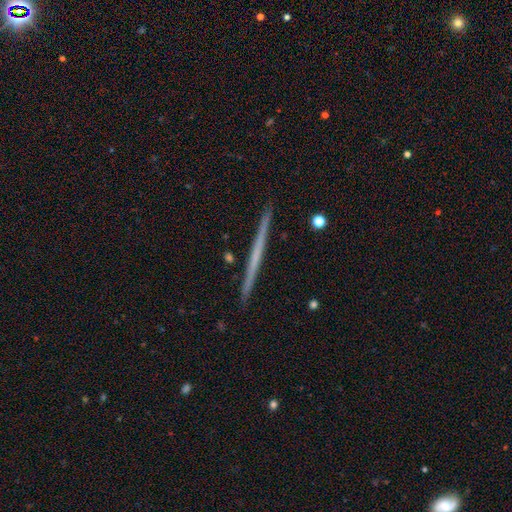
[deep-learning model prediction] This appears to be a featured or disk galaxy (58%) viewed edge-on (98%) with no central bulge (91%). Merging: none (93%).